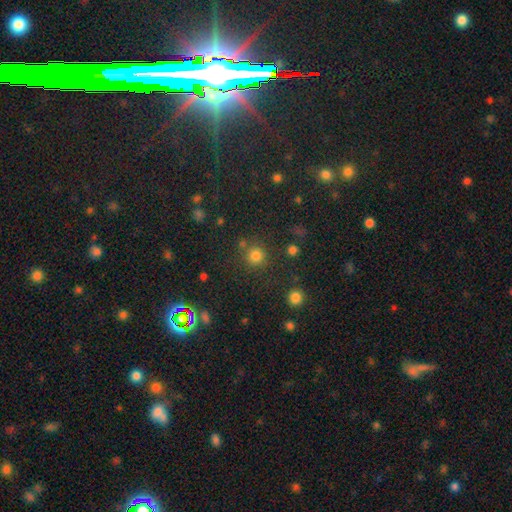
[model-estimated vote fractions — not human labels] A smooth galaxy with no disk features (77%) that is round (93%). Merging: none (80%).